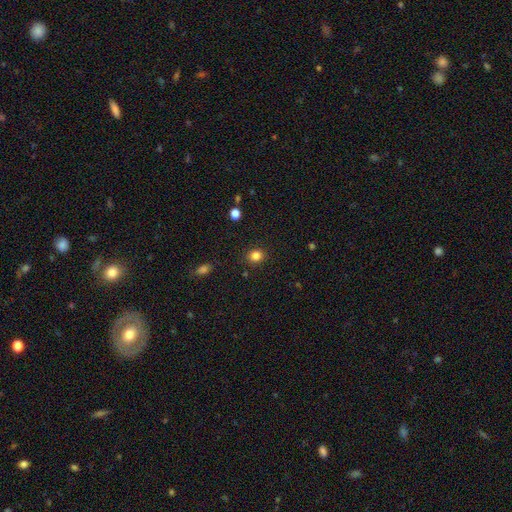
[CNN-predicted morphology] A smooth galaxy with no disk features (83%) that is round (76%).

Vote fractions:
- Smooth or featured? smooth: 83% / star or artifact: 12% / featured or disk: 5%
- How rounded? round: 76% / in between: 23% / cigar-shaped: 1%
- Merging? none: 88% / minor disturbance: 8% / major disturbance: 2% / merger: 1%